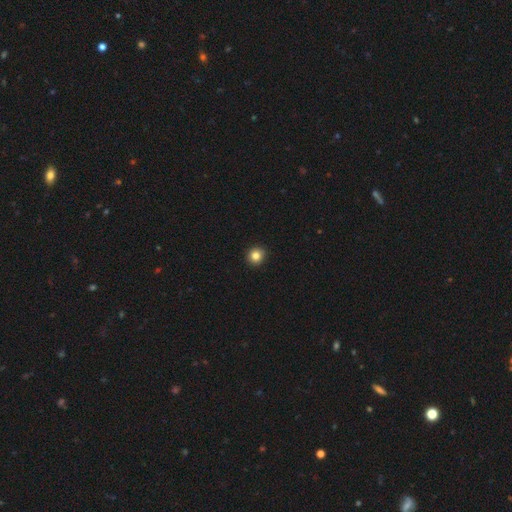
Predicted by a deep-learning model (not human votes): smooth 83%, star or artifact 11%, featured or disk 6%. Down the decision tree: how rounded — round (91%); merging — none (93%).